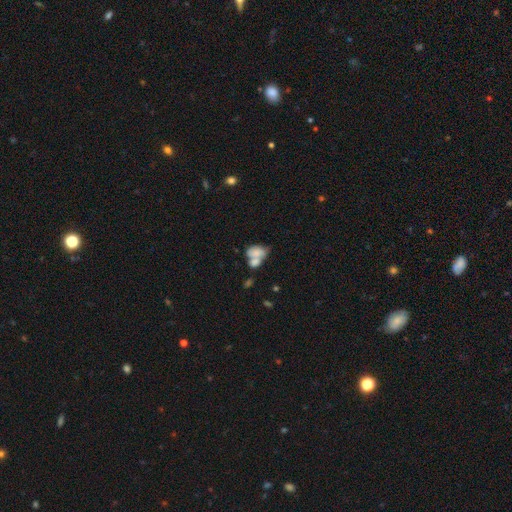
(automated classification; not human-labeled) smooth_or_featured: smooth (p=0.69) [alt: featured or disk p=0.22]
how_rounded: in between (p=0.80) [alt: round p=0.18]
merging: merger (p=0.64) [alt: none p=0.18]